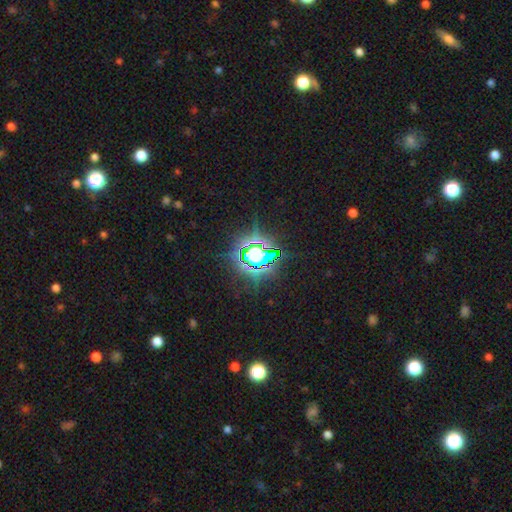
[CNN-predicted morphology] A star or artifact, not a galaxy (76%).

Vote fractions:
- Smooth or featured? star or artifact: 76% / smooth: 13% / featured or disk: 11%